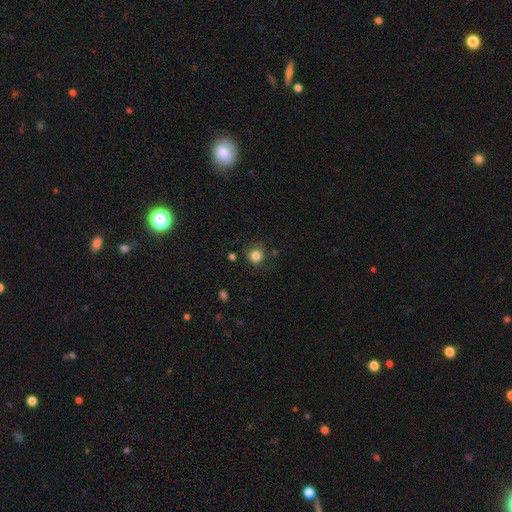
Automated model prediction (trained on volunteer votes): A smooth galaxy with no disk features (83%) that is round (89%). Merging: none (80%).